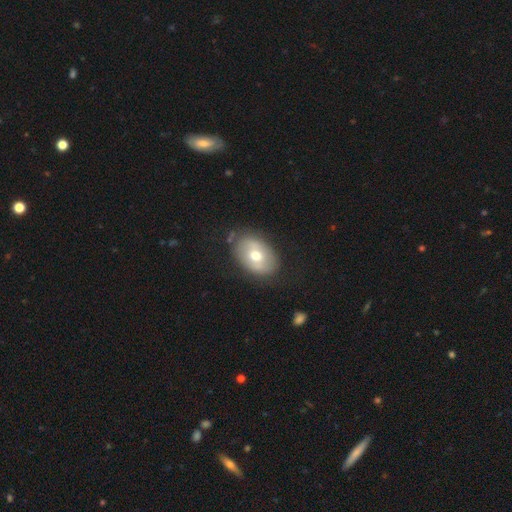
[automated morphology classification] Smooth or featured?
  - smooth: 55% *
  - featured or disk: 38%
  - star or artifact: 7%
How rounded?
  - in between: 81% *
  - round: 18%
  - cigar-shaped: 1%
Merging?
  - none: 78% *
  - minor disturbance: 15%
  - major disturbance: 5%
  - merger: 2%